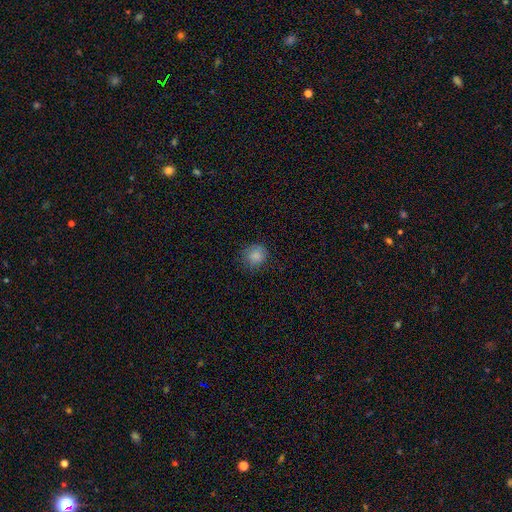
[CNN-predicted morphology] type=smooth (85%); roundness=round (86%); merging=none (81%).